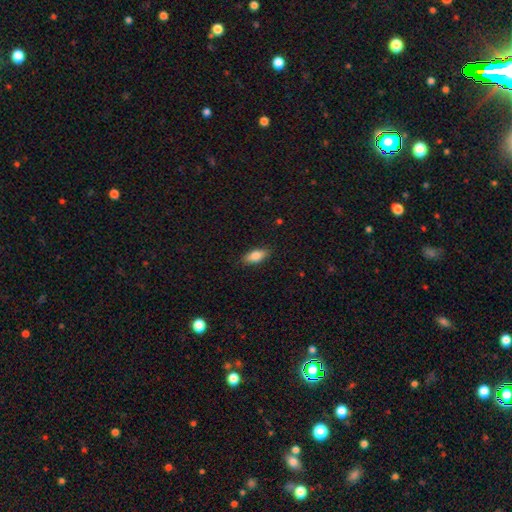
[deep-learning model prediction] Smooth or featured: smooth — 82% (featured or disk — 11%)
How rounded: in between — 83% (cigar-shaped — 14%)
Merging: none — 86% (minor disturbance — 10%)